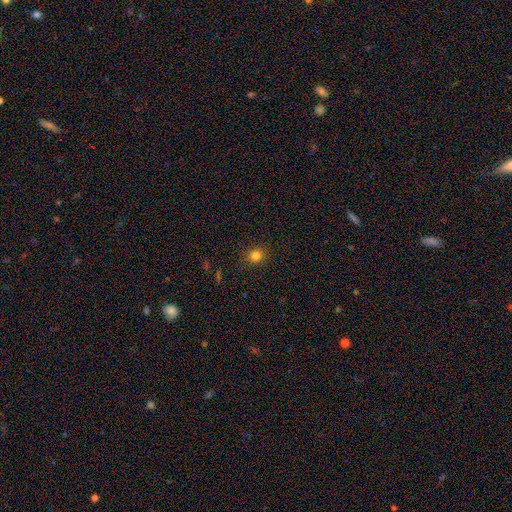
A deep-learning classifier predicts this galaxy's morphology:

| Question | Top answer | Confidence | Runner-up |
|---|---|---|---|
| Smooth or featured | smooth | 80% | star or artifact (15%) |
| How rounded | round | 87% | in between (12%) |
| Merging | none | 90% | minor disturbance (7%) |